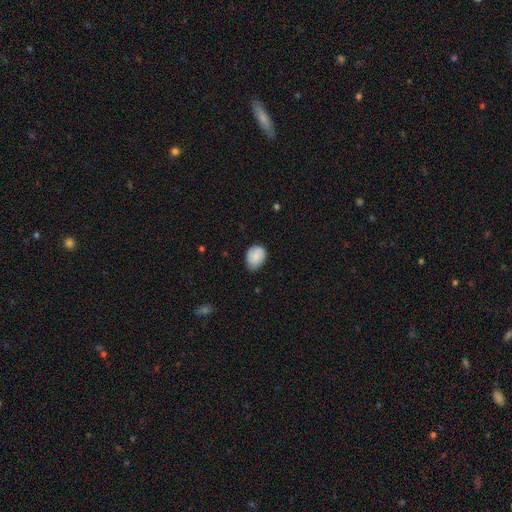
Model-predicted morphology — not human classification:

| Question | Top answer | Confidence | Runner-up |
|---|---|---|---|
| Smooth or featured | smooth | 81% | featured or disk (12%) |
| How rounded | in between | 62% | round (37%) |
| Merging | none | 63% | minor disturbance (31%) |